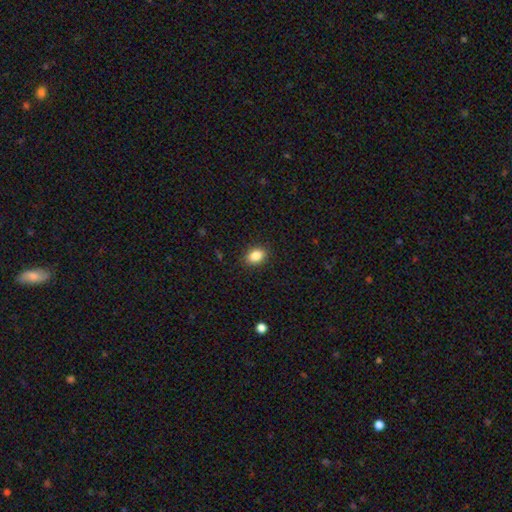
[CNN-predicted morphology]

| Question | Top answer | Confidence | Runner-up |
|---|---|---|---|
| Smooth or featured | smooth | 86% | star or artifact (9%) |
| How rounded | in between | 75% | round (23%) |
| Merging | none | 89% | minor disturbance (8%) |